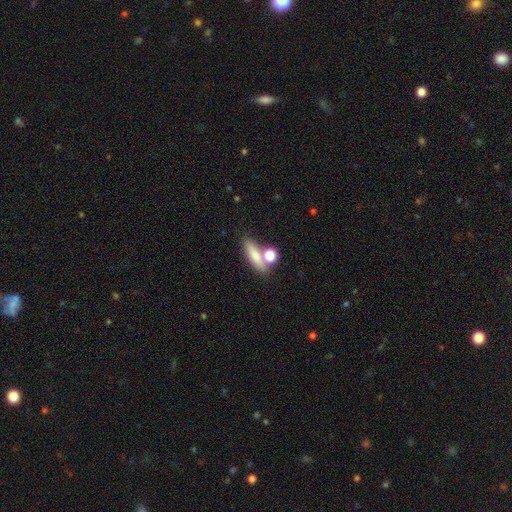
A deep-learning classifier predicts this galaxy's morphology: Smooth or featured? smooth (73%)
How rounded? in between (45%)
Merging? none (55%)